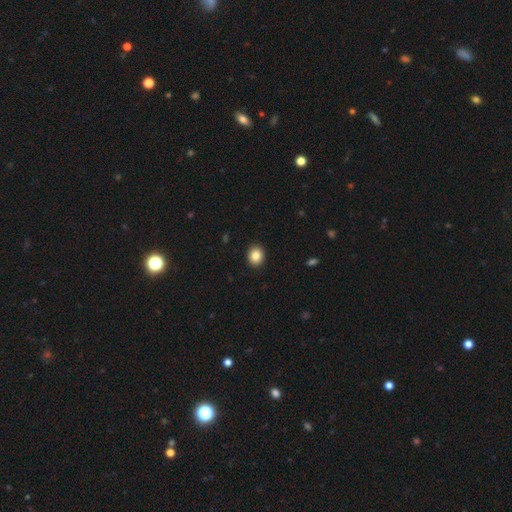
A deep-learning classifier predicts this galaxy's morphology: Overall: smooth (85%). How rounded: round (66%; in between 33%). Merging: none (92%).